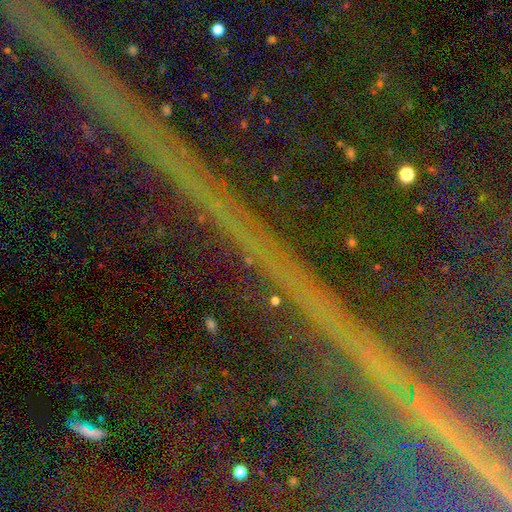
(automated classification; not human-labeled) Smooth or featured? star or artifact (86%)